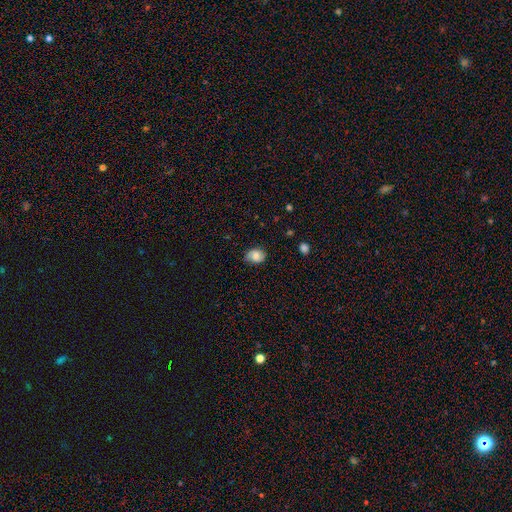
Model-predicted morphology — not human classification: Q: Smooth or featured?
A: smooth (74%); runner-up: featured or disk (17%)
Q: How rounded?
A: in between (55%); runner-up: round (44%)
Q: Merging?
A: none (71%); runner-up: minor disturbance (23%)